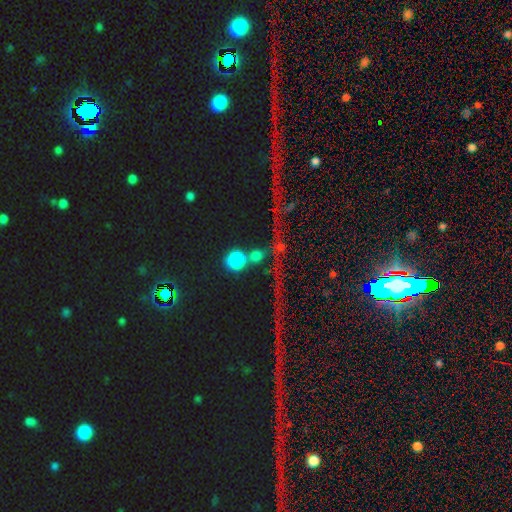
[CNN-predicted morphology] Smooth or featured? smooth (46%)
Merging? none (66%)